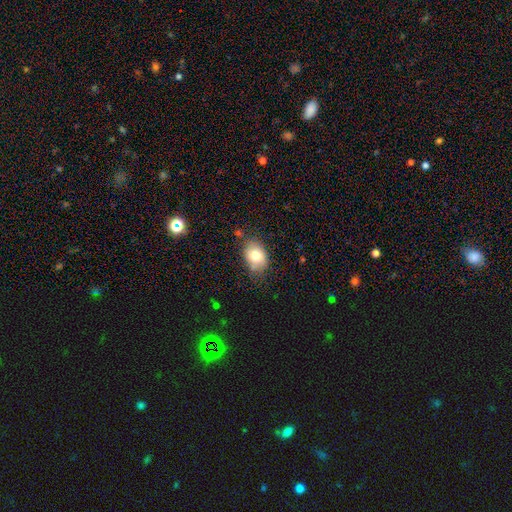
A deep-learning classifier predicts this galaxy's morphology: type=smooth (77%); roundness=in between (74%); merging=none (71%).